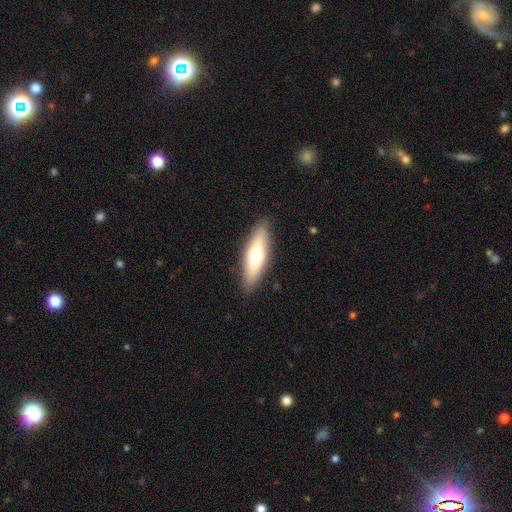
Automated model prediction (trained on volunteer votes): smooth 59%, featured or disk 35%, star or artifact 6%. Down the decision tree: how rounded — cigar-shaped (54%); merging — none (88%).